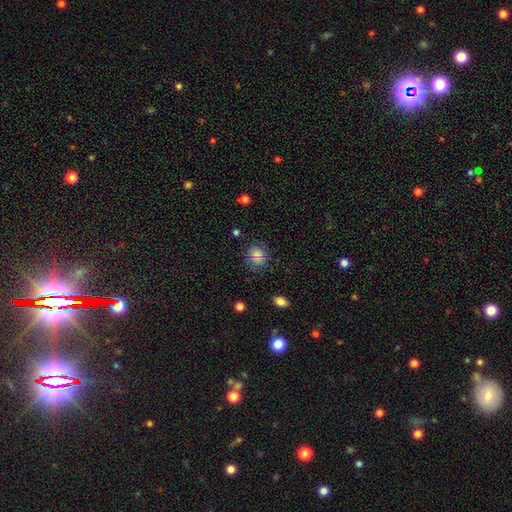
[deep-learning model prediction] A smooth galaxy with no disk features (74%) that is round (70%).

Vote fractions:
- Smooth or featured? smooth: 74% / star or artifact: 14% / featured or disk: 12%
- How rounded? round: 70% / in between: 29% / cigar-shaped: 1%
- Merging? none: 72% / minor disturbance: 18% / major disturbance: 6% / merger: 4%